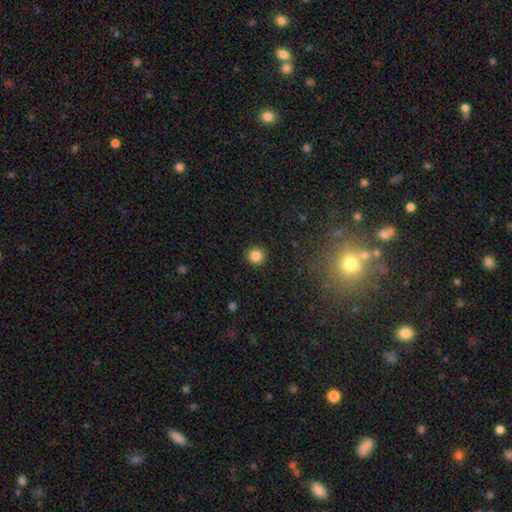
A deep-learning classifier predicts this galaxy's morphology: Q: Smooth or featured?
A: smooth (84%); runner-up: star or artifact (11%)
Q: How rounded?
A: round (95%); runner-up: in between (5%)
Q: Merging?
A: none (92%); runner-up: minor disturbance (5%)